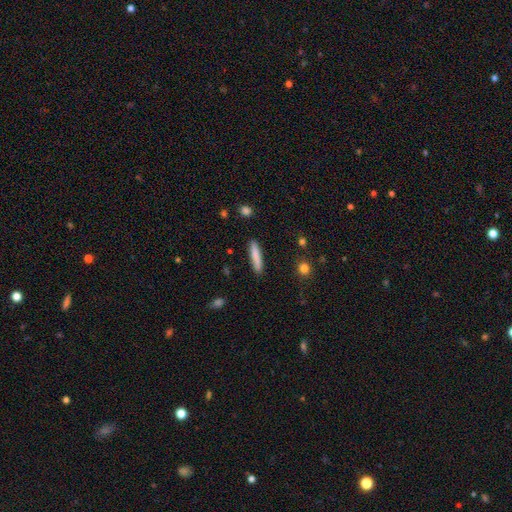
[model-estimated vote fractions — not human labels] smooth_or_featured: smooth (p=0.81) [alt: featured or disk p=0.13]
how_rounded: cigar-shaped (p=0.89) [alt: in between p=0.10]
merging: none (p=0.88) [alt: minor disturbance p=0.09]